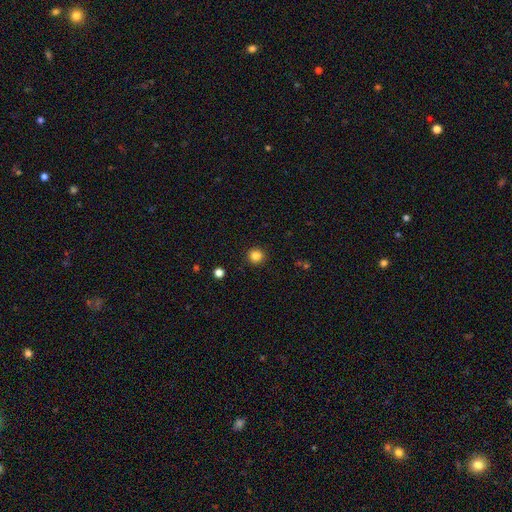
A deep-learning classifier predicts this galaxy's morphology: Smooth or featured? Predicted: smooth (p=0.84). How rounded? Predicted: round (p=0.94). Merging? Predicted: none (p=0.93).